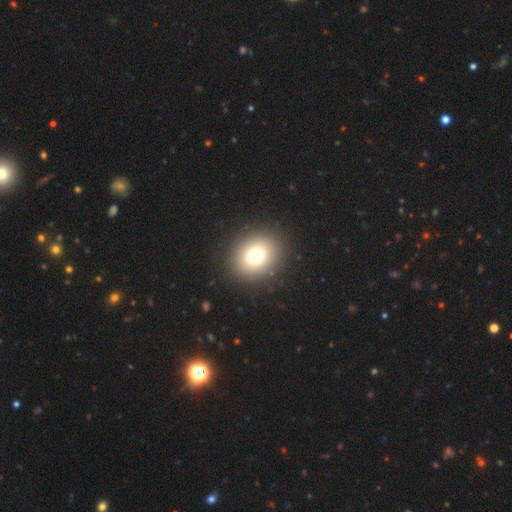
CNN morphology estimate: Smooth or featured? smooth (73%)
How rounded? round (71%)
Merging? none (89%)